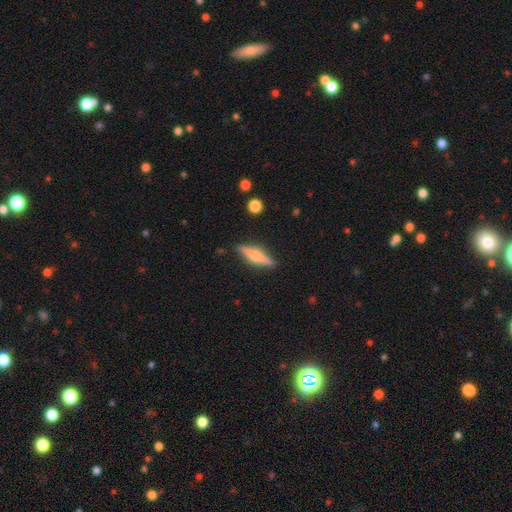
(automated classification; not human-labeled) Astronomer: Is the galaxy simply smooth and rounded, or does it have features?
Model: featured or disk — 58% (runner-up: smooth, 35%).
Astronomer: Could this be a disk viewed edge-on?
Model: yes — 96%.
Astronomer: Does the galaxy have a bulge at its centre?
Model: rounded — 82%.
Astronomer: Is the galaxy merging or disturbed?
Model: none — 86%.